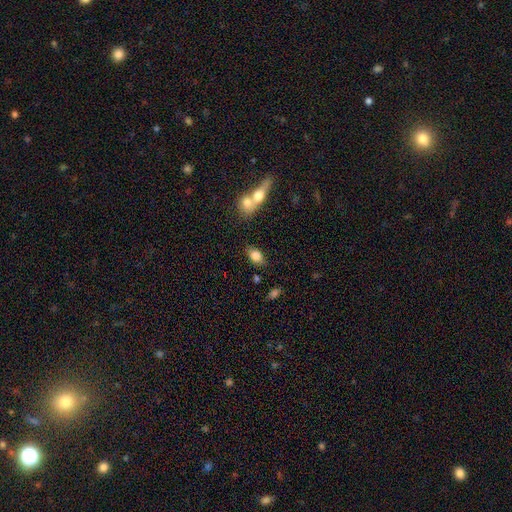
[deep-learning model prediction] Overall: smooth (81%). How rounded: in between (86%). Merging: none (75%).